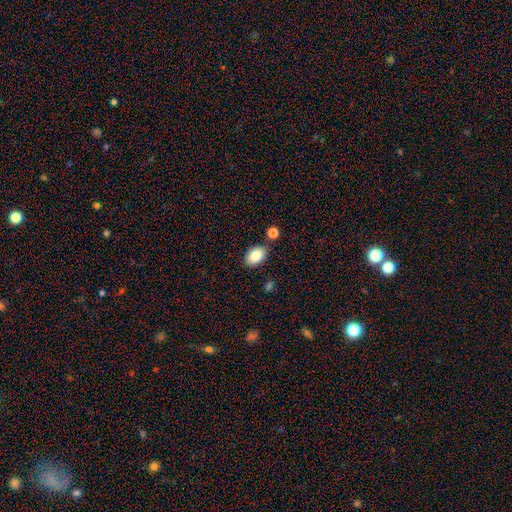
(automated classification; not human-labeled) Smooth or featured? smooth (83%)
How rounded? in between (86%)
Merging? none (81%)